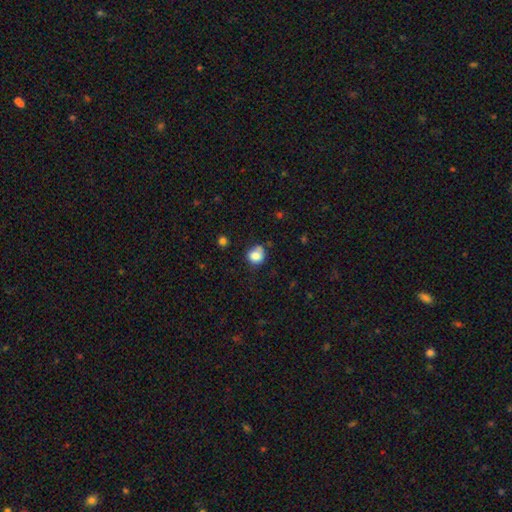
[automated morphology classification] Q: Smooth or featured?
A: smooth (82%); runner-up: star or artifact (10%)
Q: How rounded?
A: round (76%); runner-up: in between (23%)
Q: Merging?
A: none (56%); runner-up: minor disturbance (24%)